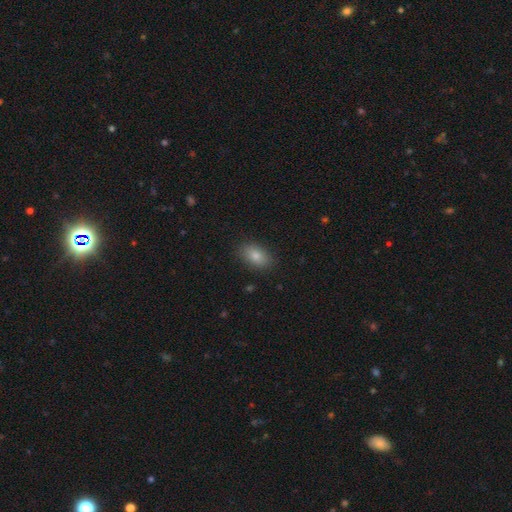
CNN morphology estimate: A smooth galaxy with no disk features (83%) that is in between round and cigar-shaped (89%). Merging: none (87%).